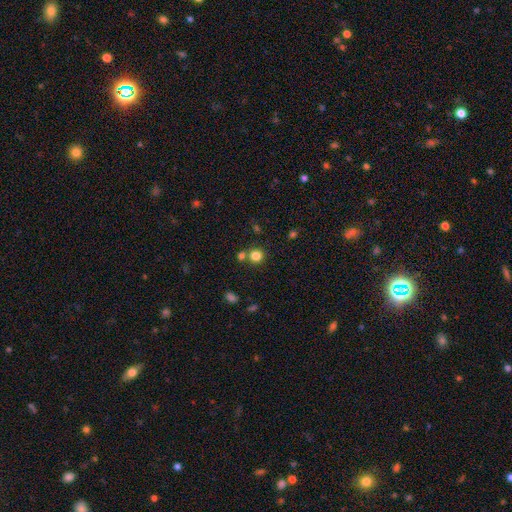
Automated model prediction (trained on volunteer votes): Smooth or featured? smooth (81%)
How rounded? round (89%)
Merging? none (69%)